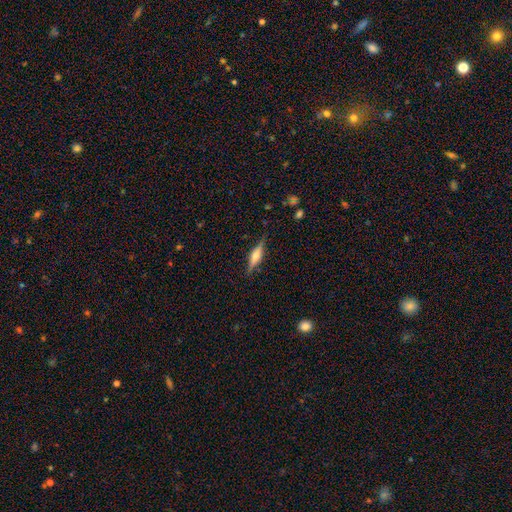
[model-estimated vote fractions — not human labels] Smooth or featured?
  - featured or disk: 60% *
  - smooth: 33%
  - star or artifact: 7%
Edge-on disk?
  - yes: 95% *
  - no: 5%
Edge-on bulge?
  - rounded: 83% *
  - boxy: 13%
  - none: 4%
Merging?
  - none: 84% *
  - minor disturbance: 12%
  - major disturbance: 3%
  - merger: 1%